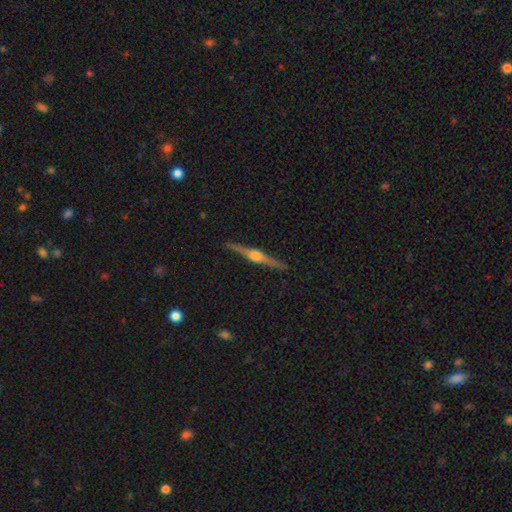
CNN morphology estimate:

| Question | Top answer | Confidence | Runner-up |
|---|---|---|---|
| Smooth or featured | featured or disk | 85% | smooth (9%) |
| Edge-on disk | yes | 98% | no (2%) |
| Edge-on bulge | rounded | 89% | boxy (9%) |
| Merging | none | 92% | minor disturbance (6%) |